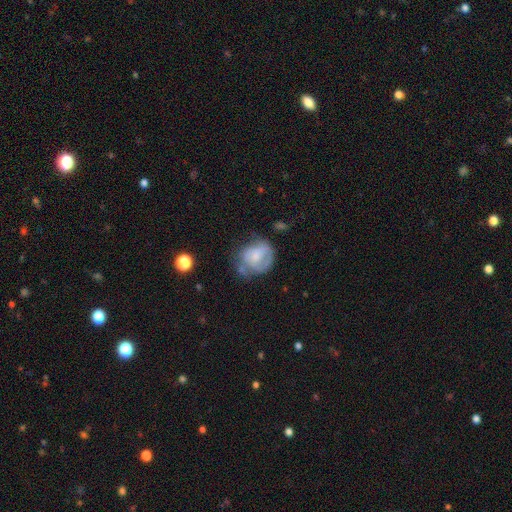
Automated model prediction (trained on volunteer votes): Morphology: type=smooth (48%); merging=none (39%).